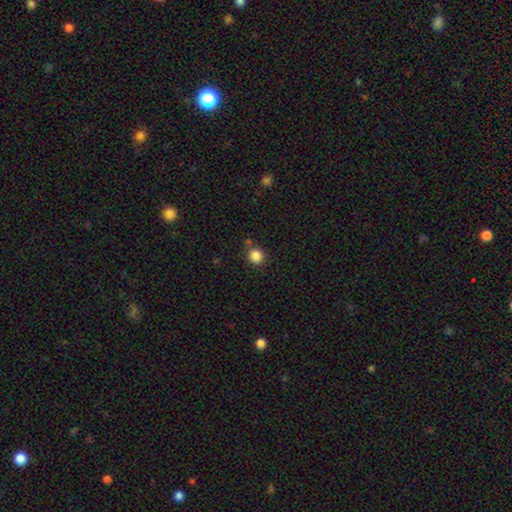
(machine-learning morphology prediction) Overall: smooth (85%). How rounded: round (89%). Merging: none (81%).